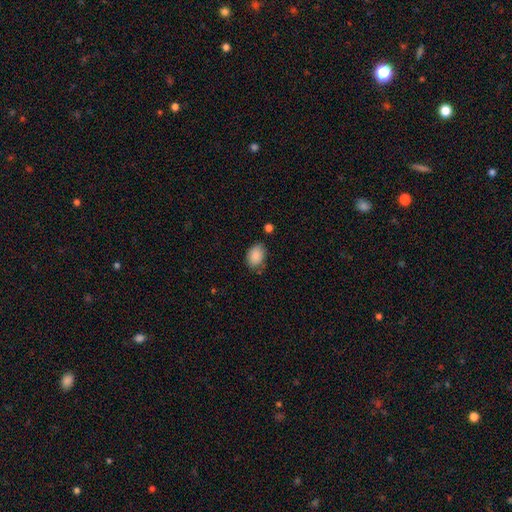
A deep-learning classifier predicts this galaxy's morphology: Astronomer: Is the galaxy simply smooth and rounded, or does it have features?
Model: smooth — 89%.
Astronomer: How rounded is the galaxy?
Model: in between — 78%.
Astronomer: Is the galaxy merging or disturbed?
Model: none — 71%.